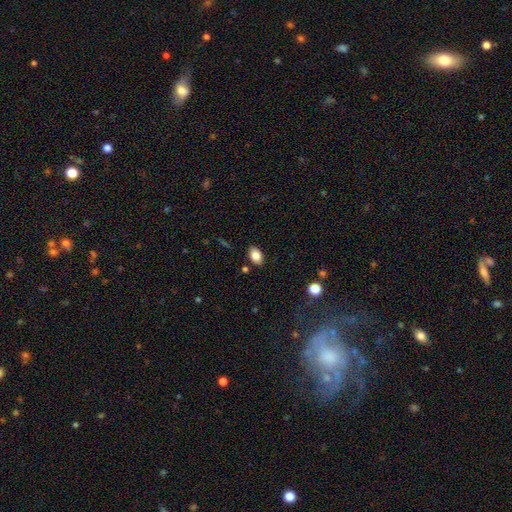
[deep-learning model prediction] smooth_or_featured: smooth (p=0.83) [alt: featured or disk p=0.09]
how_rounded: in between (p=0.88) [alt: round p=0.11]
merging: none (p=0.86) [alt: minor disturbance p=0.09]